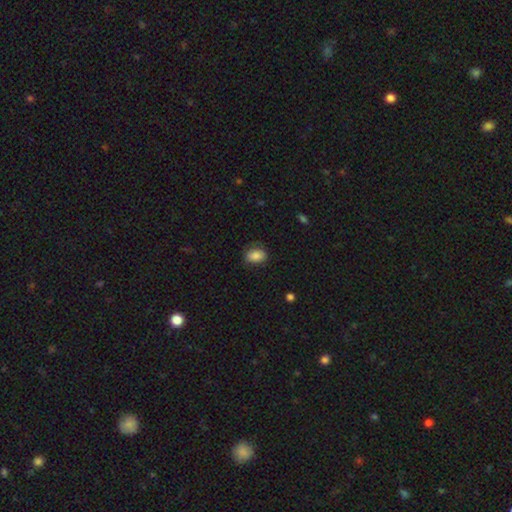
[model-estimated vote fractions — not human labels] A smooth galaxy with no disk features (85%) that is in between round and cigar-shaped (80%).

Vote fractions:
- Smooth or featured? smooth: 85% / star or artifact: 8% / featured or disk: 7%
- How rounded? in between: 80% / round: 19% / cigar-shaped: 1%
- Merging? none: 78% / minor disturbance: 17% / major disturbance: 4% / merger: 1%